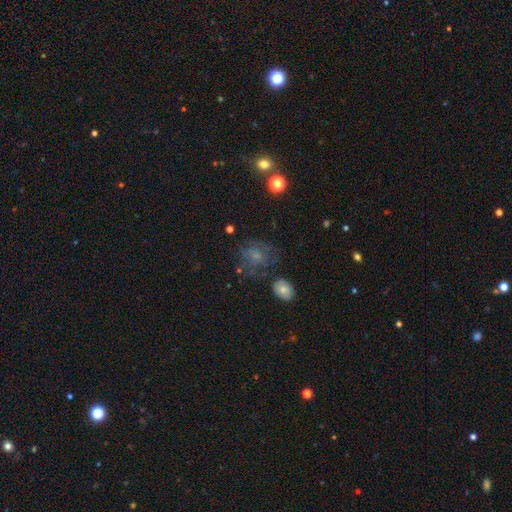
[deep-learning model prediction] Smooth or featured? Predicted: smooth (p=0.50). Merging? Predicted: none (p=0.55).